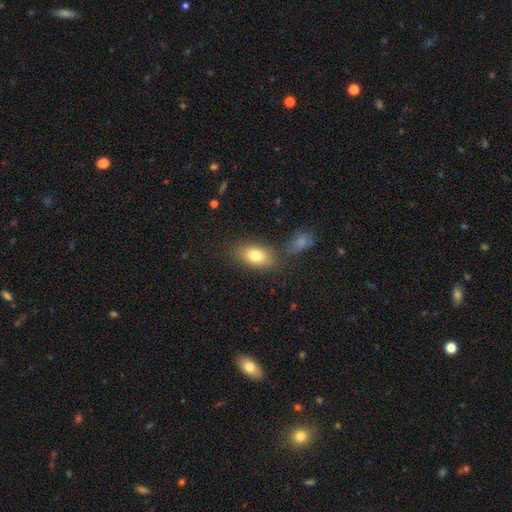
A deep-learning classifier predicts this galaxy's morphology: The model was most divided on "merging": none: 70%, minor disturbance: 14%, merger: 12%, major disturbance: 5%. More confident: how rounded — in between (87%); smooth or featured — smooth (80%).